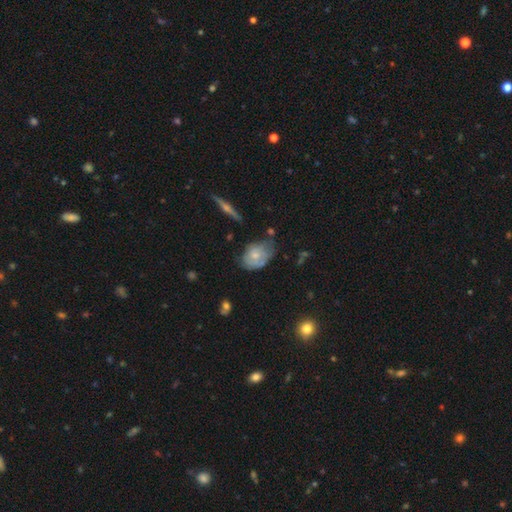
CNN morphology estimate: Smooth or featured? smooth (51%)
How rounded? in between (76%)
Merging? none (45%)